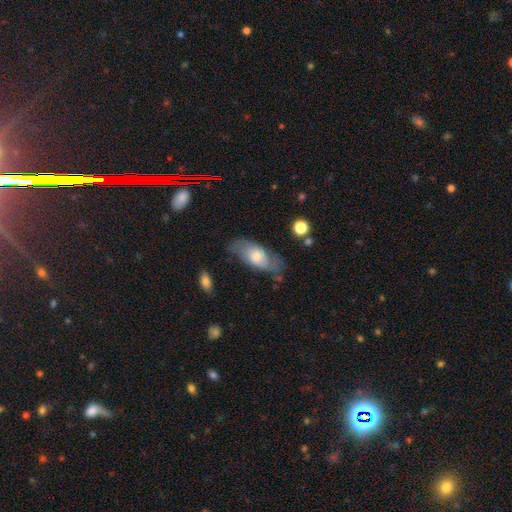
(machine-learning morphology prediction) smooth_or_featured: featured or disk (p=0.45) [tied with: smooth p=0.45]
merging: none (p=0.64) [alt: minor disturbance p=0.24]